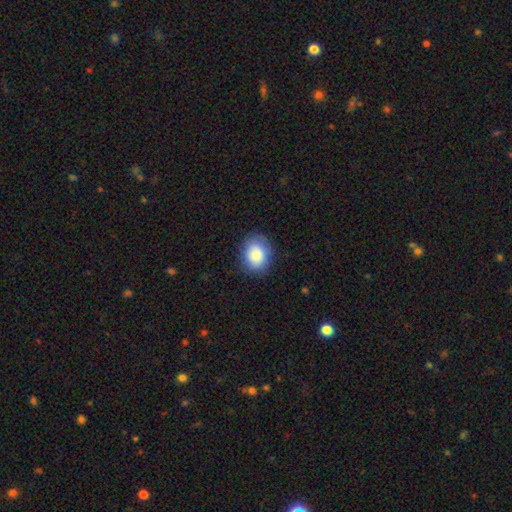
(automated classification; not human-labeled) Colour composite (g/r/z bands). It shows a smooth galaxy with no disk features (85%) that is in between round and cigar-shaped (53%). Merging: none (83%).